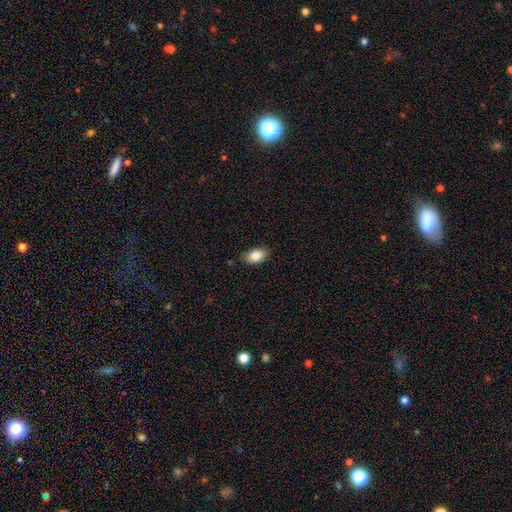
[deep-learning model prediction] This appears to be a smooth galaxy with no disk features (83%) that is in between round and cigar-shaped (90%). Merging: none (82%).